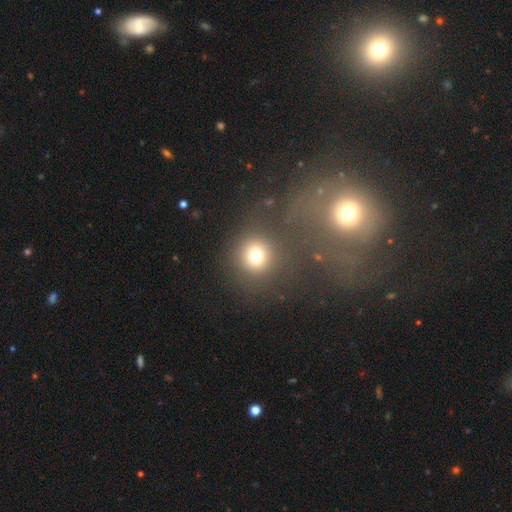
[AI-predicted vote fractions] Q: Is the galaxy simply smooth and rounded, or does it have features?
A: smooth — 74%.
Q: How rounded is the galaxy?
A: round — 91%.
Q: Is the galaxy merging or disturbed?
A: none — 77%.